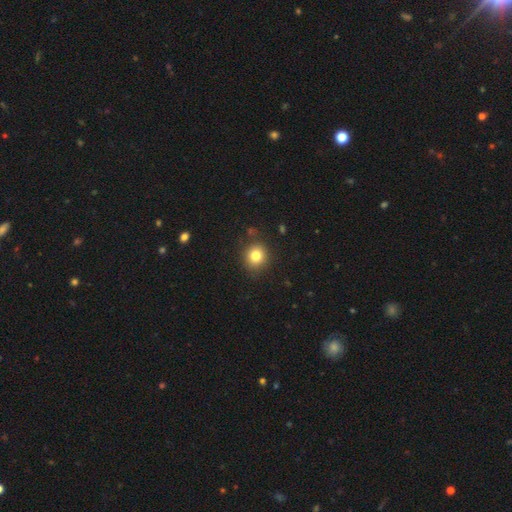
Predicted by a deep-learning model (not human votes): Overall: smooth (81%). How rounded: round (84%). Merging: none (86%).